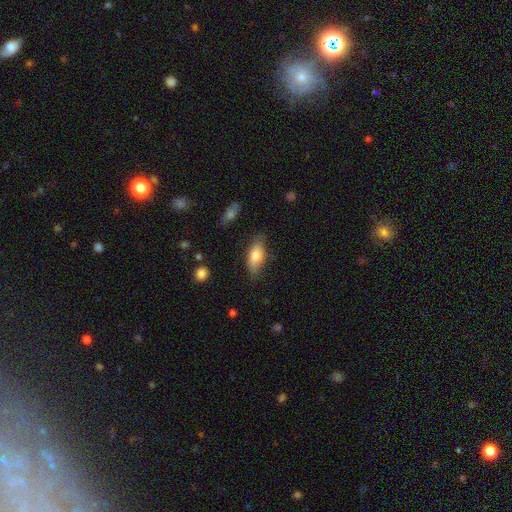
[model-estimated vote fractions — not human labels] smooth_or_featured: smooth (p=0.73) [alt: featured or disk p=0.20]
how_rounded: in between (p=0.82) [alt: cigar-shaped p=0.15]
merging: none (p=0.71) [alt: minor disturbance p=0.22]